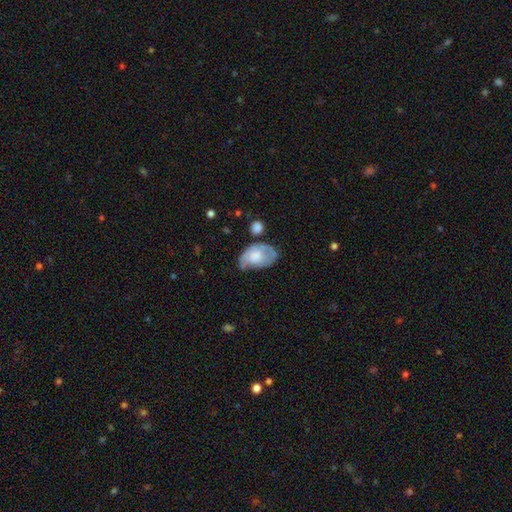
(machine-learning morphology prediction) type=smooth (54%); roundness=in between (89%); merging=minor disturbance (37%).